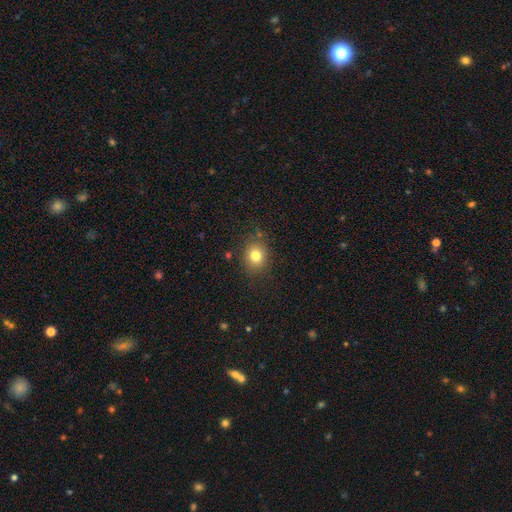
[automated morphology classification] Smooth or featured: smooth — 79% (star or artifact — 12%)
How rounded: round — 65% (in between — 34%)
Merging: none — 83% (minor disturbance — 11%)